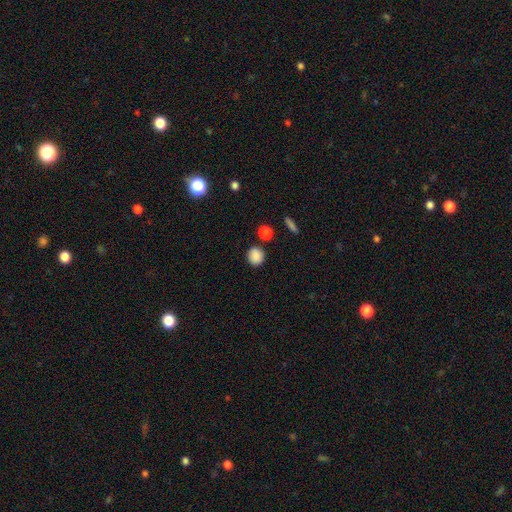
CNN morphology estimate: Q: Smooth or featured?
A: smooth (87%); runner-up: star or artifact (9%)
Q: How rounded?
A: round (87%); runner-up: in between (12%)
Q: Merging?
A: none (86%); runner-up: minor disturbance (8%)